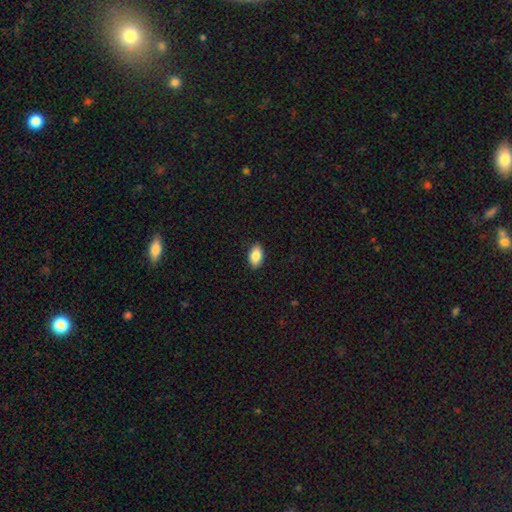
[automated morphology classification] This is clearly a smooth galaxy (86%). How rounded: clearly in between (92%). Merging: clearly none (89%).